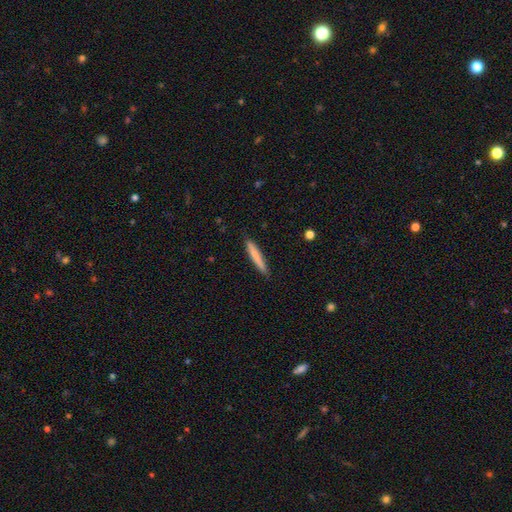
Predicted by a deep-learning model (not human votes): A smooth galaxy with no disk features (77%) that is cigar-shaped (94%). Merging: none (89%).